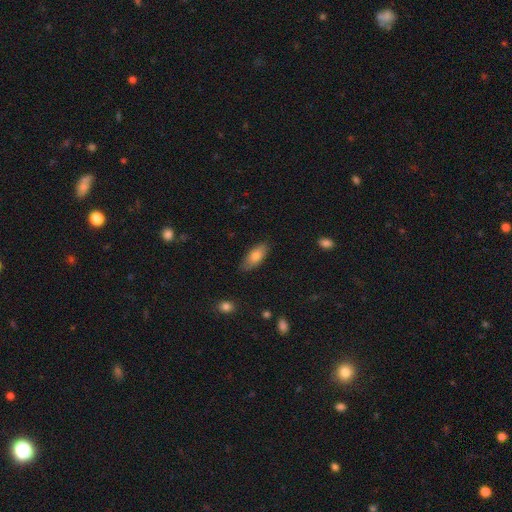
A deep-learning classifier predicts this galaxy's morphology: Smooth or featured? smooth (80%)
How rounded? in between (83%)
Merging? none (79%)